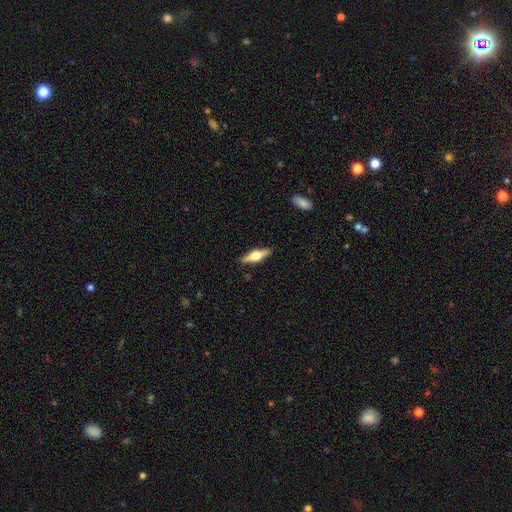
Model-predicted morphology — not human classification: Smooth or featured: featured or disk — 59% (smooth — 35%)
Edge-on disk: yes — 94% (no — 6%)
Edge-on bulge: rounded — 95% (boxy — 4%)
Merging: none — 89% (minor disturbance — 8%)